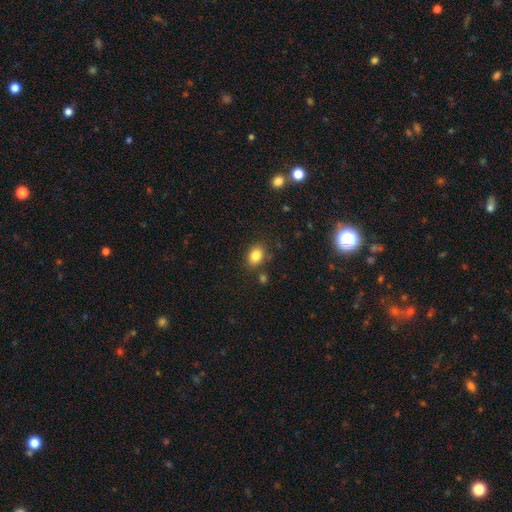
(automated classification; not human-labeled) The model was most divided on "how rounded": in between: 67%, round: 32%, cigar-shaped: 1%. More confident: smooth or featured — smooth (84%); merging — none (80%).